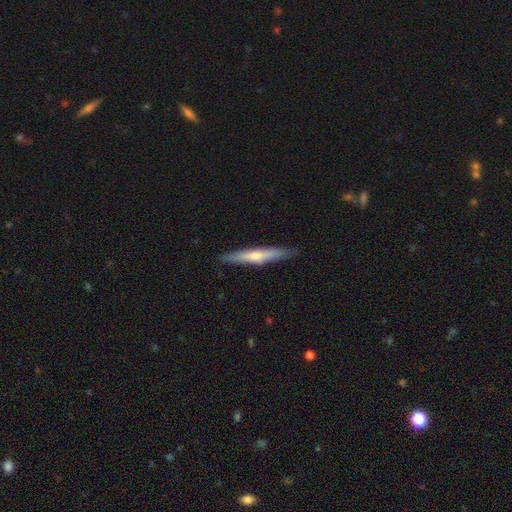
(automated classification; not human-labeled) smooth_or_featured: featured or disk (p=0.51) [alt: smooth p=0.43]
disk_edge_on: yes (p=0.95) [alt: no p=0.05]
merging: none (p=0.90) [alt: minor disturbance p=0.07]